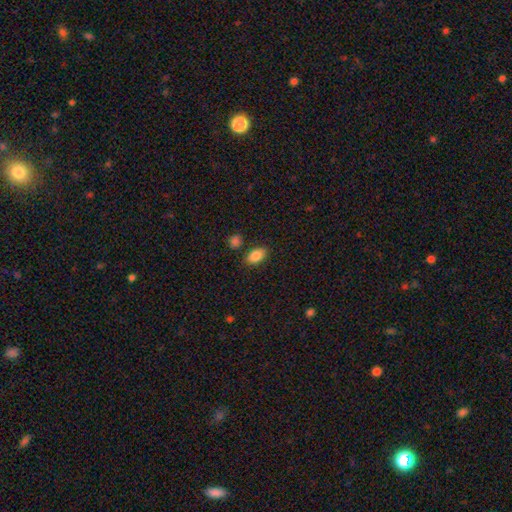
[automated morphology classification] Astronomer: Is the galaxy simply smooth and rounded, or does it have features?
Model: smooth — 86%.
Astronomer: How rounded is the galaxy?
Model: in between — 91%.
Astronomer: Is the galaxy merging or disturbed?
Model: none — 82%.